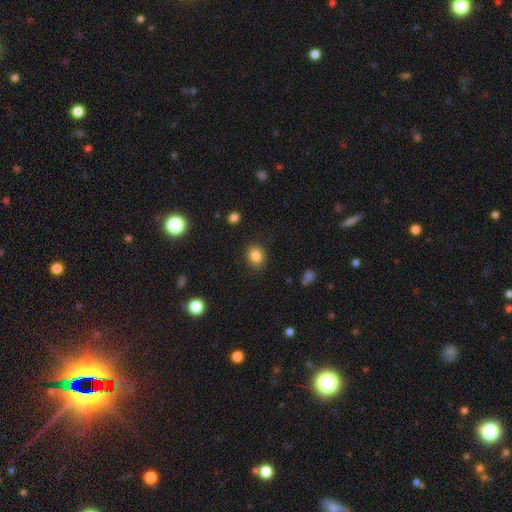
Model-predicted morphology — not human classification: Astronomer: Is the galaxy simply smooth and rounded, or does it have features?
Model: smooth — 84%.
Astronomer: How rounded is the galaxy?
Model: round — 62% (runner-up: in between, 37%).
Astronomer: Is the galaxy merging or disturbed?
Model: none — 88%.